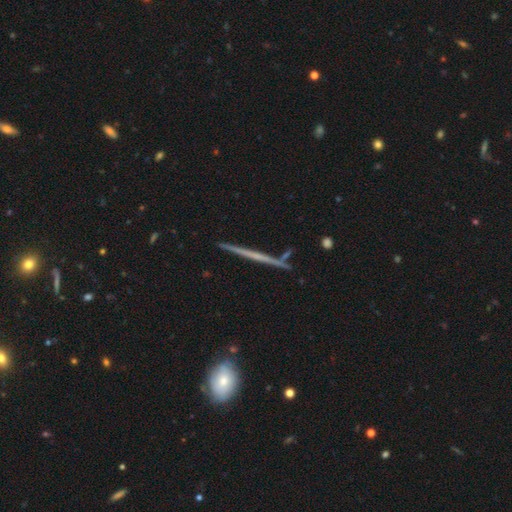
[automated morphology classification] Smooth or featured? featured or disk (69%)
Edge-on disk? yes (98%)
Edge-on bulge? none (77%)
Merging? none (90%)